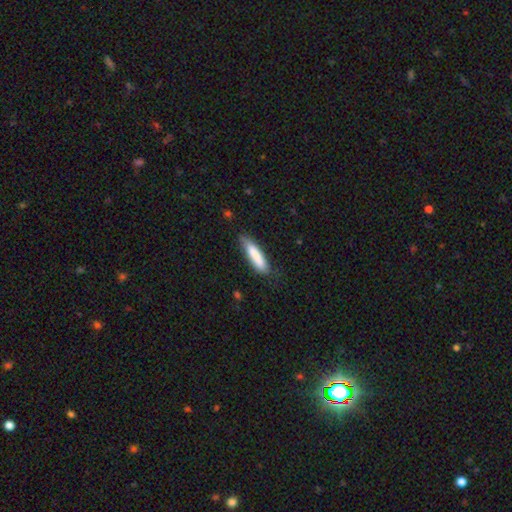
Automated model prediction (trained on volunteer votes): Morphology: type=smooth (80%); roundness=cigar-shaped (74%); merging=none (71%).